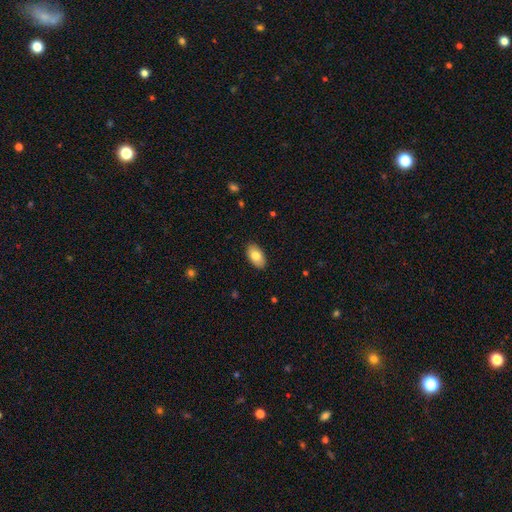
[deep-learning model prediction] A smooth galaxy with no disk features (79%) that is in between round and cigar-shaped (94%). Merging: none (88%).